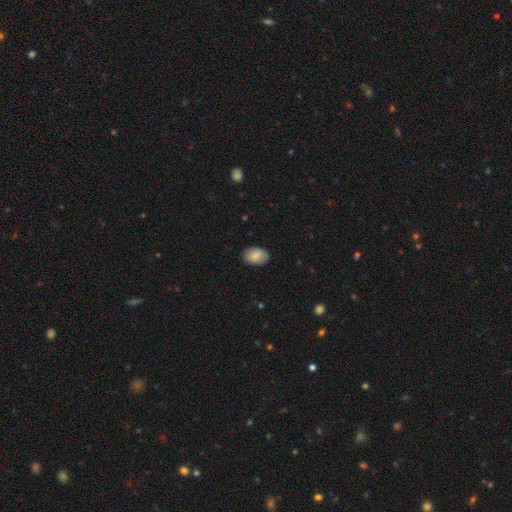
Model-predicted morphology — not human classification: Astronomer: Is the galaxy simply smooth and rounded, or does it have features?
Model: smooth — 85%.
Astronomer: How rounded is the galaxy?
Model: in between — 90%.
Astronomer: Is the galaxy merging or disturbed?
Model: none — 86%.